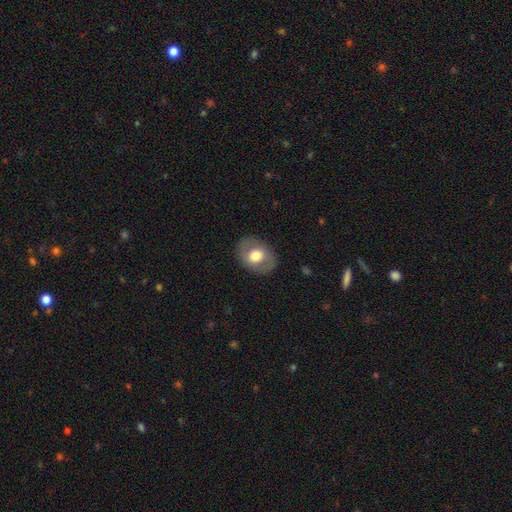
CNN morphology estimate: A smooth galaxy with no disk features (59%) that is in between round and cigar-shaped (62%).

Vote fractions:
- Smooth or featured? smooth: 59% / featured or disk: 35% / star or artifact: 7%
- How rounded? in between: 62% / round: 37% / cigar-shaped: 1%
- Merging? none: 84% / minor disturbance: 11% / major disturbance: 5% / merger: 1%